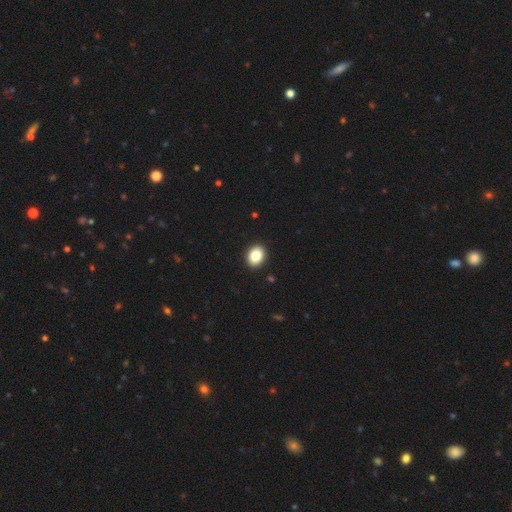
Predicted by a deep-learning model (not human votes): Smooth or featured? Predicted: smooth (p=0.86). How rounded? Predicted: in between (p=0.56). Merging? Predicted: none (p=0.92).